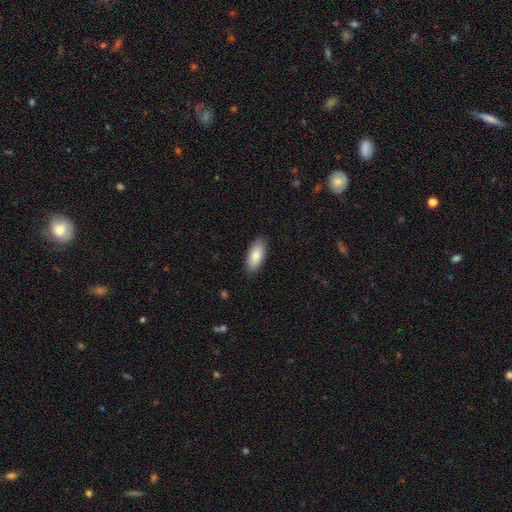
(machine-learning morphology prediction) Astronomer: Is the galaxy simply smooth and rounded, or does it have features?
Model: smooth — 84%.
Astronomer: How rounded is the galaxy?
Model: in between — 85%.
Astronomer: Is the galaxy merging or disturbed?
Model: none — 87%.